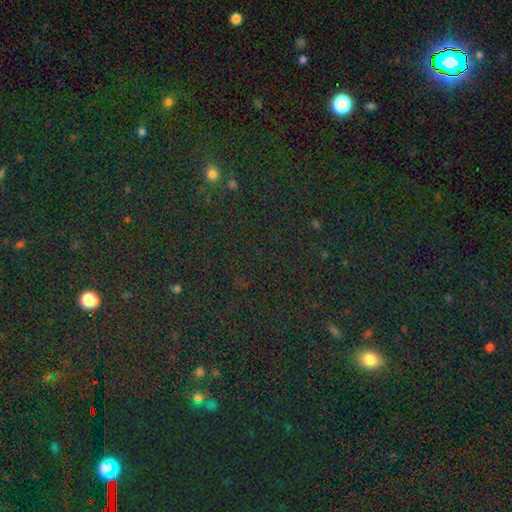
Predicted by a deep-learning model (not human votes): smooth_or_featured: star or artifact (p=0.70) [alt: smooth p=0.21]